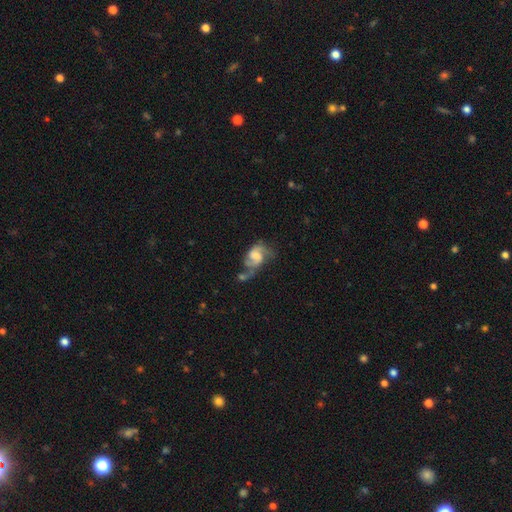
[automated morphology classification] featured or disk 69%, smooth 22%, star or artifact 8%. Down the decision tree: edge-on disk — no (97%); bar — no (45%); spiral arms — yes (89%); spiral arm count — 2 (76%); spiral winding — medium (44%); bulge size — moderate (30%); merging — none (31%).